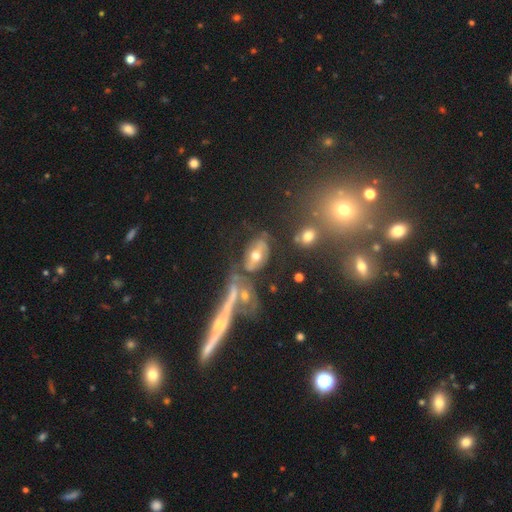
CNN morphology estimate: Smooth or featured? Predicted: featured or disk (p=0.47). Merging? Predicted: none (p=0.49).